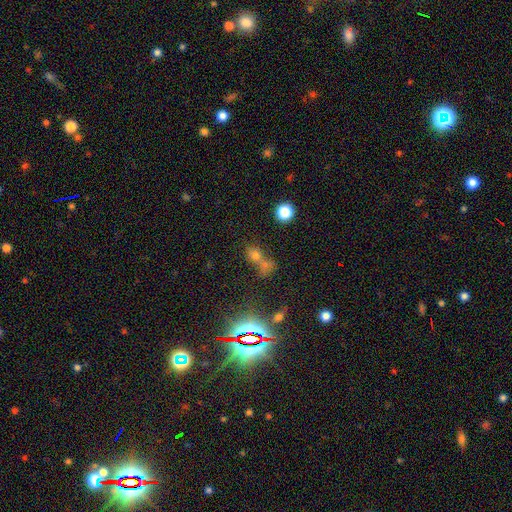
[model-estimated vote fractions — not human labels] smooth 54%, star or artifact 33%, featured or disk 13%. Down the decision tree: how rounded — round (55%); merging — merger (50%).